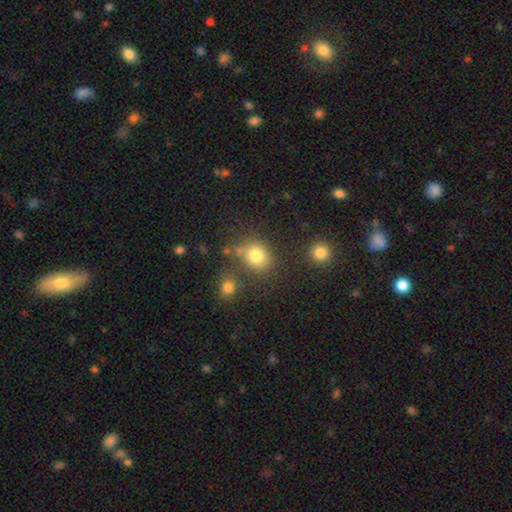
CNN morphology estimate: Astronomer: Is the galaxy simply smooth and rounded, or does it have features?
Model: smooth — 80%.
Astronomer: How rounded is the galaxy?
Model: round — 73%.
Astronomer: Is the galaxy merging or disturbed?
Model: none — 70%.